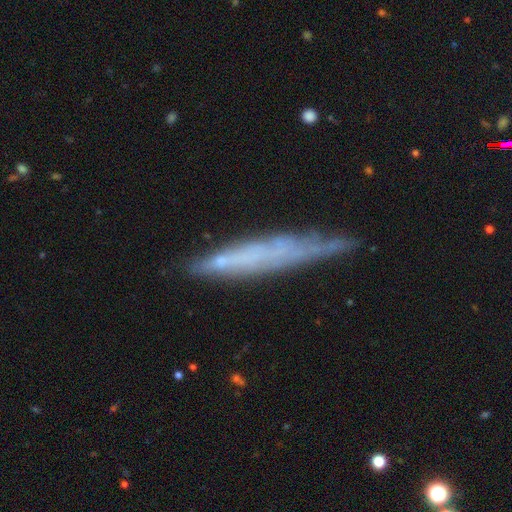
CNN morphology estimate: A featured or disk galaxy (50%). Merging: none (63%).